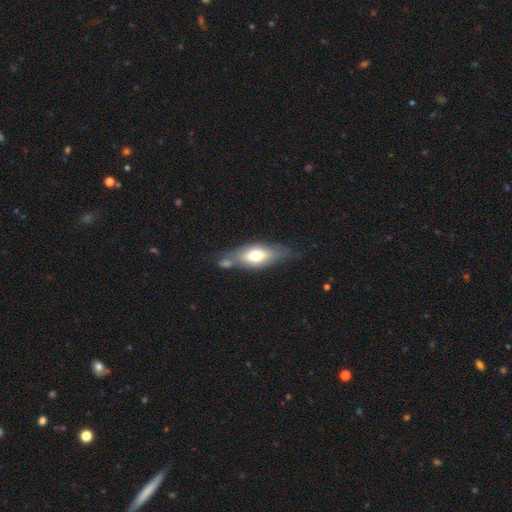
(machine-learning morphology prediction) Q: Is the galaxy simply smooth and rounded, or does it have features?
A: smooth — 56%.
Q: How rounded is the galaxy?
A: in between — 70%.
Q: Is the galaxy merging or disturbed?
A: none — 56%.